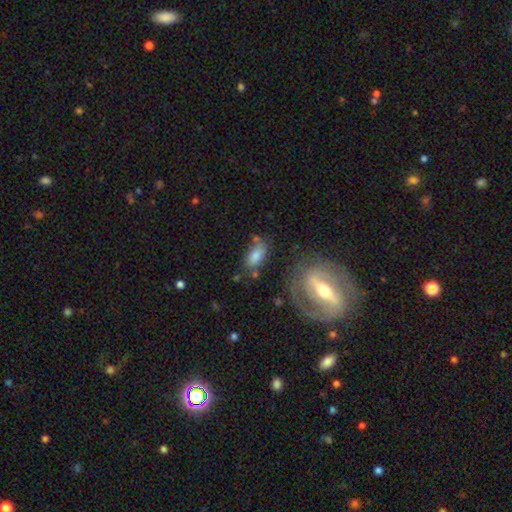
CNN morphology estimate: Overall: smooth (74%). How rounded: in between (88%). Merging: none (63%).